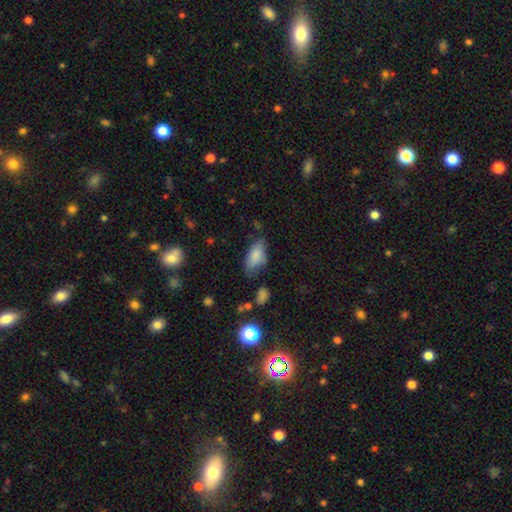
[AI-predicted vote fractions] The model was most divided on "merging": none: 60%, minor disturbance: 28%, major disturbance: 8%, merger: 4%. More confident: how rounded — in between (92%); smooth or featured — smooth (83%).